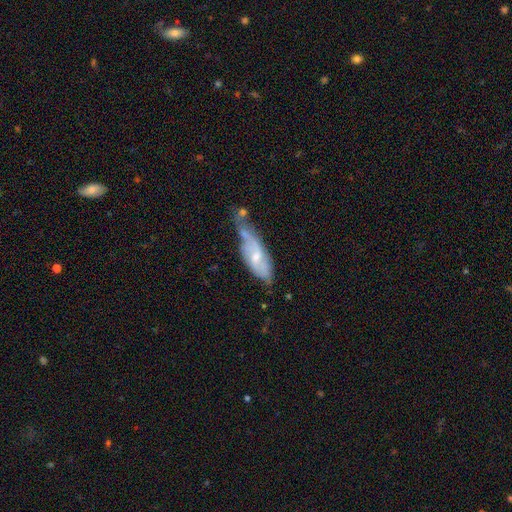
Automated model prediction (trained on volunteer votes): featured or disk 57%, smooth 36%, star or artifact 7%. Down the decision tree: edge-on disk — no (80%); merging — minor disturbance (34%).